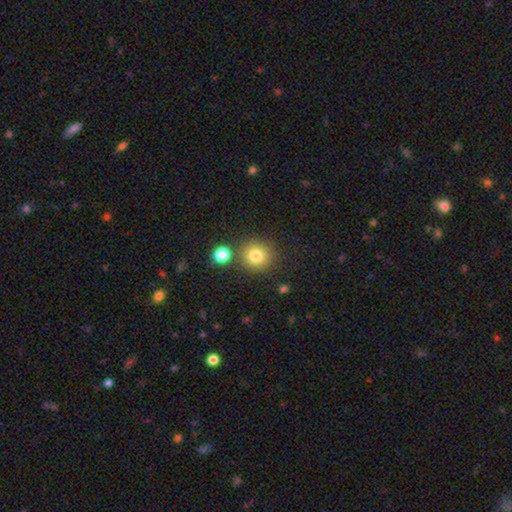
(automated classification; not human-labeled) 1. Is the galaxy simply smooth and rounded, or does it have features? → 80% smooth, 13% star or artifact, 7% featured or disk.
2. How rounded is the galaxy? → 91% round, 8% in between, 1% cigar-shaped.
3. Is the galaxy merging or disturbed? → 79% none, 9% merger, 9% minor disturbance, 3% major disturbance.